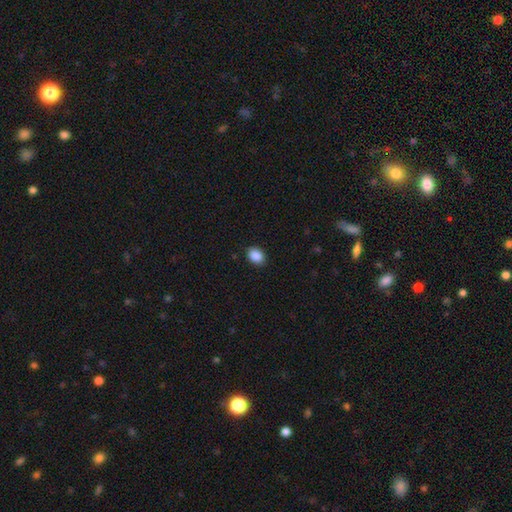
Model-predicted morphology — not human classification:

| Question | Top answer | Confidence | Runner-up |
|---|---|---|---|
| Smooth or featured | smooth | 89% | star or artifact (8%) |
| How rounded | in between | 68% | round (31%) |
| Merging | none | 89% | minor disturbance (9%) |